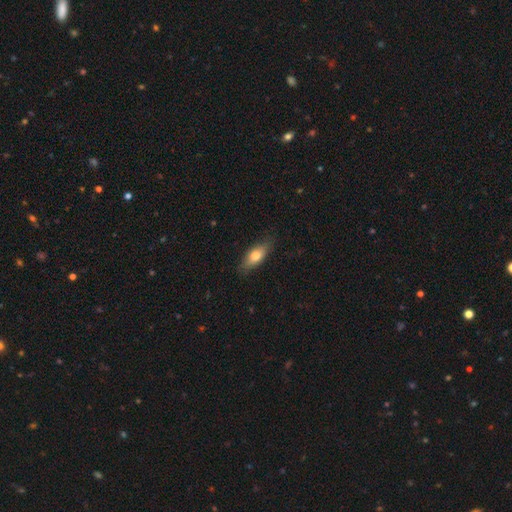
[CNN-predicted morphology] A smooth galaxy with no disk features (73%) that is in between round and cigar-shaped (71%). Merging: none (82%).